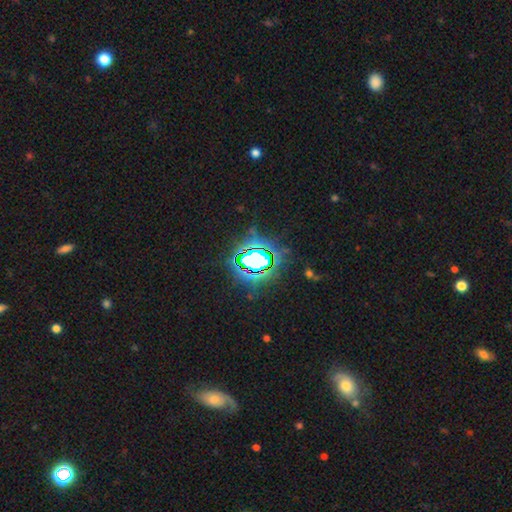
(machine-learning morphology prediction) A star or artifact, not a galaxy (75%).